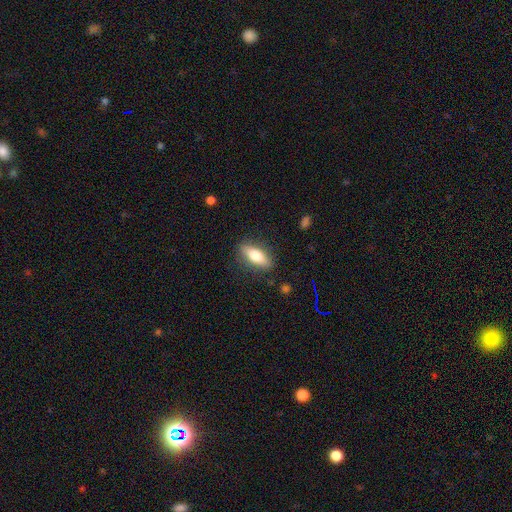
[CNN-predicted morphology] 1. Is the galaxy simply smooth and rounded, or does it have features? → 68% smooth, 26% featured or disk, 7% star or artifact.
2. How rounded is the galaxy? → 65% in between, 31% cigar-shaped, 3% round.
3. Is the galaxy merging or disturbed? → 85% none, 11% minor disturbance, 3% major disturbance, 1% merger.